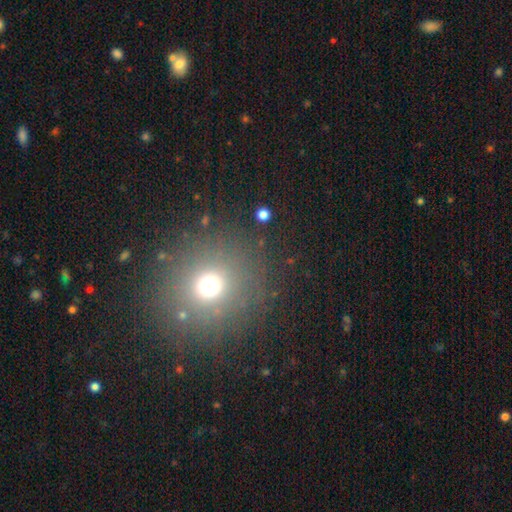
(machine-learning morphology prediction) Smooth or featured? smooth (61%)
How rounded? round (84%)
Merging? none (88%)